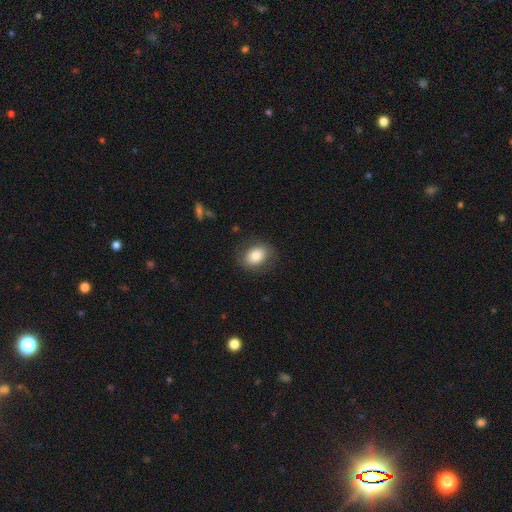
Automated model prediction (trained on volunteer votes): Smooth or featured? Predicted: smooth (p=0.82). How rounded? Predicted: in between (p=0.62). Merging? Predicted: none (p=0.82).